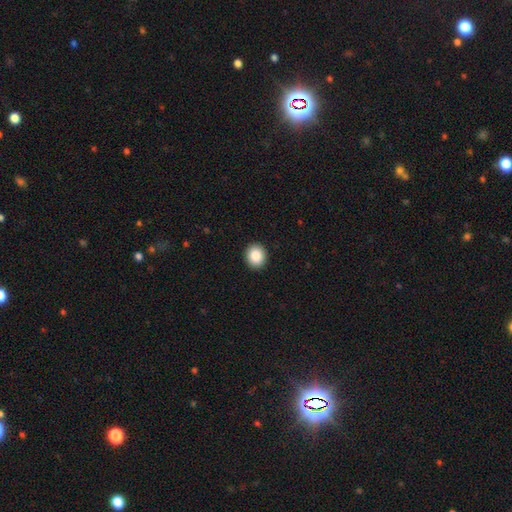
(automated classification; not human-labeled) Morphology: type=smooth (87%); roundness=round (76%); merging=none (93%).